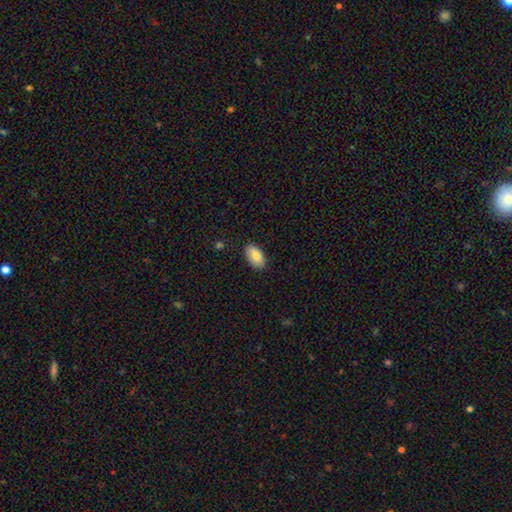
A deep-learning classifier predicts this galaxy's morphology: Smooth or featured? smooth (82%)
How rounded? in between (94%)
Merging? none (87%)